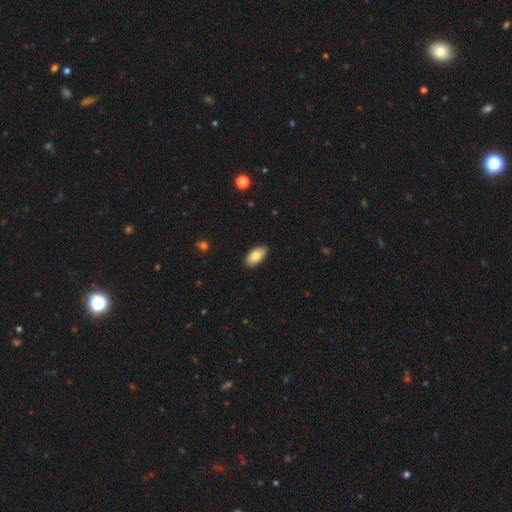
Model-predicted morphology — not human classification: This is clearly a smooth galaxy (81%). How rounded: clearly in between (94%). Merging: clearly none (89%).